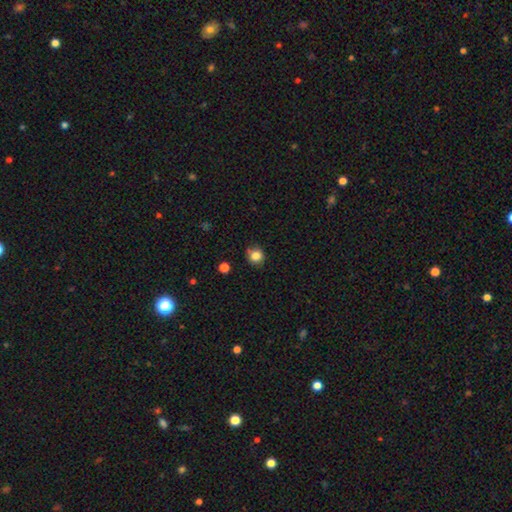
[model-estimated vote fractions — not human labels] Smooth or featured?
  - smooth: 83% *
  - star or artifact: 11%
  - featured or disk: 6%
How rounded?
  - round: 86% *
  - in between: 13%
  - cigar-shaped: 1%
Merging?
  - none: 75% *
  - minor disturbance: 18%
  - major disturbance: 4%
  - merger: 3%